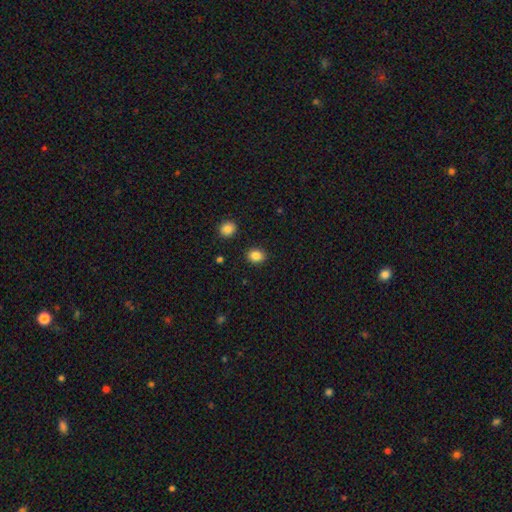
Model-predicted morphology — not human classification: This is clearly a smooth galaxy (85%). How rounded: possibly round (52%). Merging: clearly none (89%).